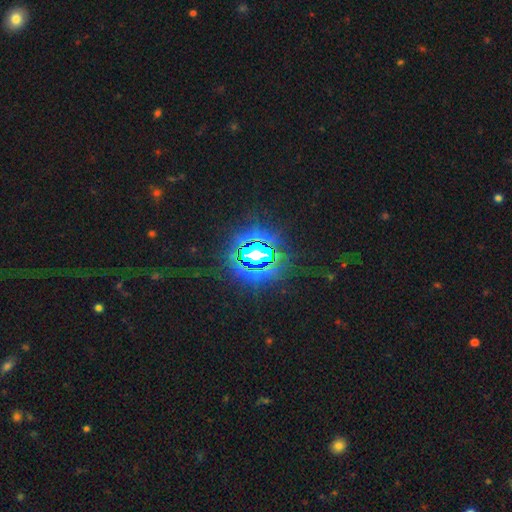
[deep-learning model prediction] smooth_or_featured: star or artifact (p=0.77) [alt: smooth p=0.14]